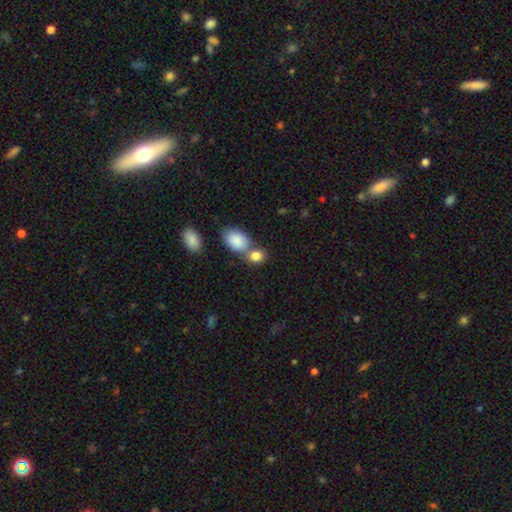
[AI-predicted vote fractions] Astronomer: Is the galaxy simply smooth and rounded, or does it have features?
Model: smooth — 85%.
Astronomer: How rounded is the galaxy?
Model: in between — 57% (runner-up: round, 42%).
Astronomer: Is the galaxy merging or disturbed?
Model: merger — 44% (runner-up: none, 43%).